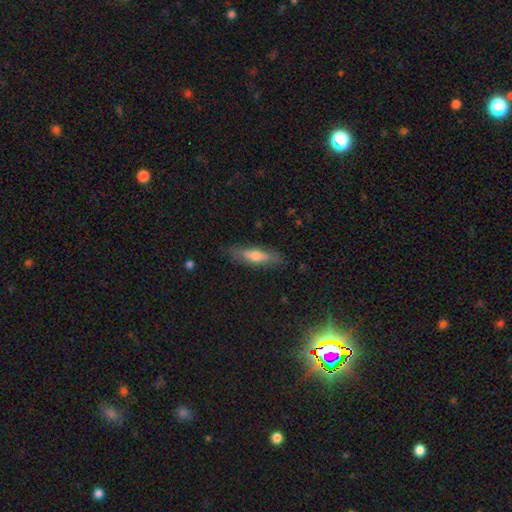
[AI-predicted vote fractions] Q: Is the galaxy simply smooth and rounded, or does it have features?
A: smooth — 52%.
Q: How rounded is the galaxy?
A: cigar-shaped — 63%.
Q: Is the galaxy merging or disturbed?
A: none — 80%.